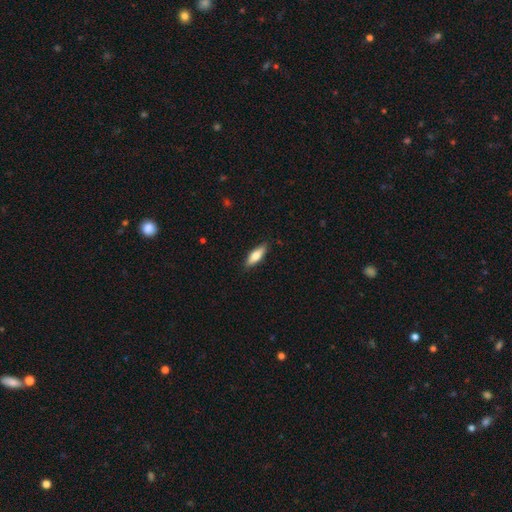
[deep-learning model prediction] The model was most divided on "how rounded": in between: 54%, cigar-shaped: 44%, round: 2%. More confident: merging — none (86%); smooth or featured — smooth (73%).